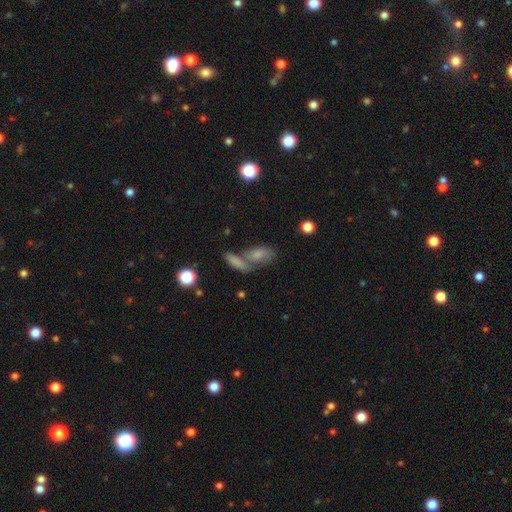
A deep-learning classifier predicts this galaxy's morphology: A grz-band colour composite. It shows a smooth galaxy with no disk features (64%) that is in between round and cigar-shaped (72%). Merging: none (42%, tied with merger).